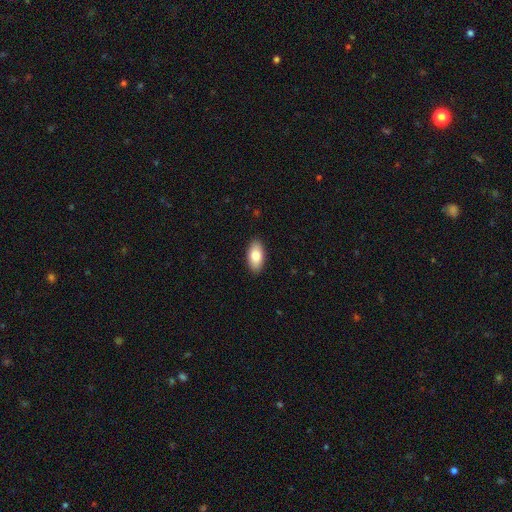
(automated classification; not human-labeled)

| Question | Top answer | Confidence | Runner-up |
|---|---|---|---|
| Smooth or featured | smooth | 82% | featured or disk (12%) |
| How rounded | in between | 93% | cigar-shaped (4%) |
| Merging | none | 90% | minor disturbance (7%) |